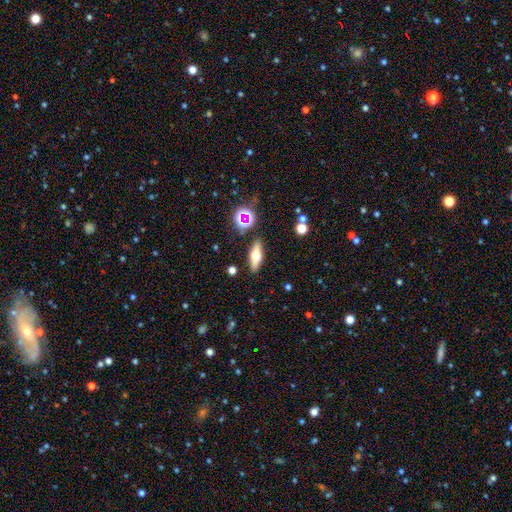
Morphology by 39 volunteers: Smooth or featured? featured or disk (51%)
Edge-on disk? yes (90%)
Edge-on bulge? rounded (89%)
Merging? none (86%)